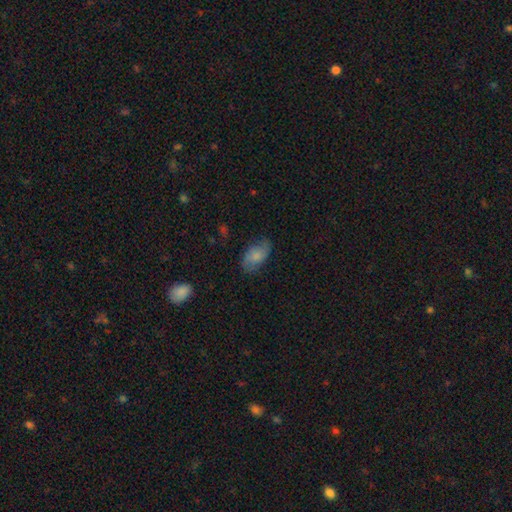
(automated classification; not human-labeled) Overall: smooth (70%). How rounded: in between (93%). Merging: none (70%).